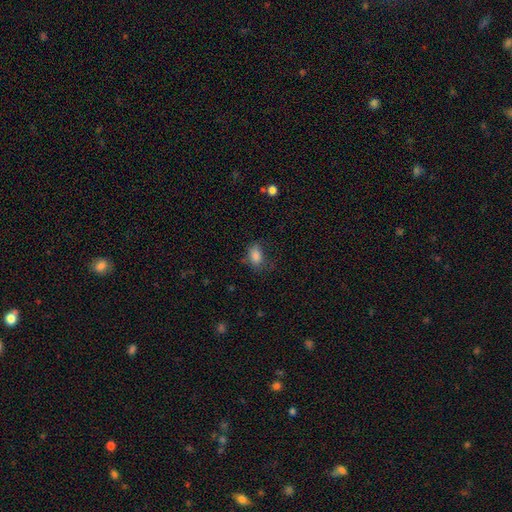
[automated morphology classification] type=smooth (84%); roundness=in between (82%); merging=none (62%).